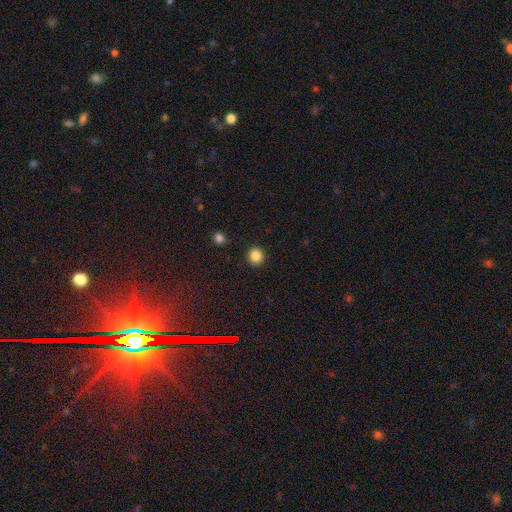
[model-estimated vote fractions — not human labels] smooth 86%, star or artifact 10%, featured or disk 3%. Down the decision tree: how rounded — round (89%); merging — none (91%).